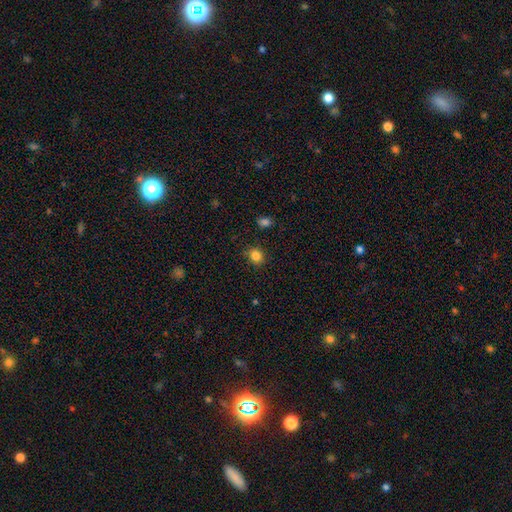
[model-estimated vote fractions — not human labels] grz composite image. It shows a smooth galaxy with no disk features (84%) that is round (73%). Merging: none (84%).